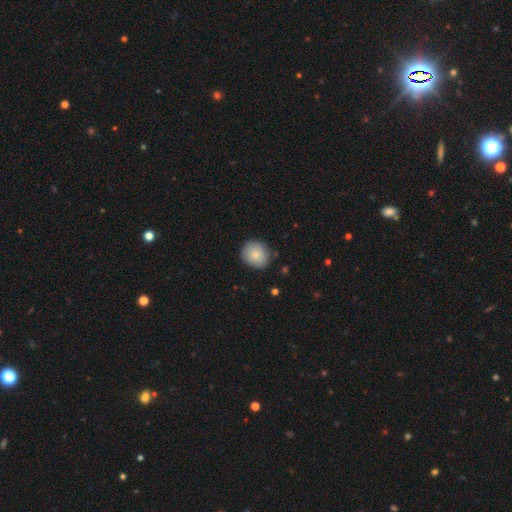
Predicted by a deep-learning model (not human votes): Overall: smooth (85%). How rounded: round (71%). Merging: none (86%).